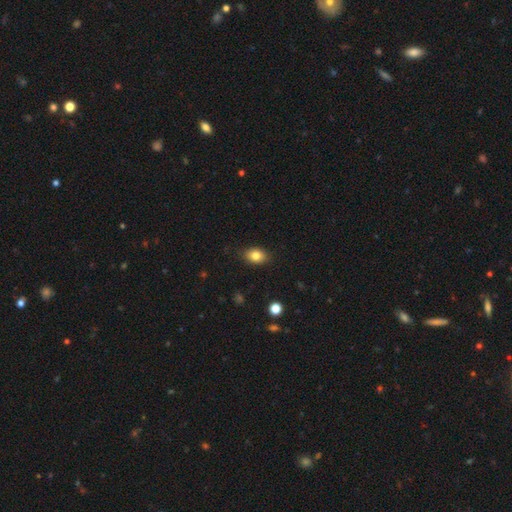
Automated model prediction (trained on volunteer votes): Smooth or featured? Predicted: smooth (p=0.83). How rounded? Predicted: in between (p=0.78). Merging? Predicted: none (p=0.86).